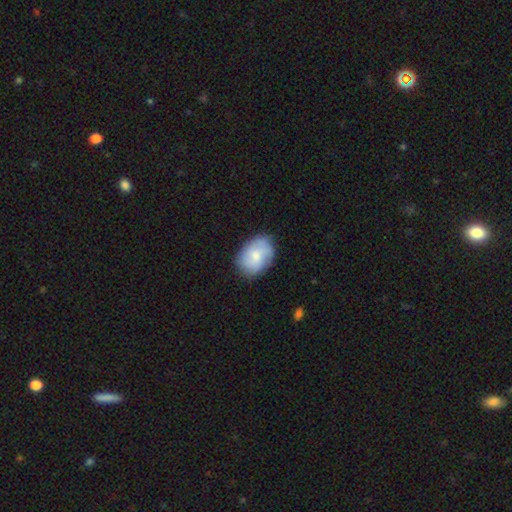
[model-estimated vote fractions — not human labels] smooth-or-featured: smooth: 62% | featured or disk: 31% | star or artifact: 6%
  how-rounded: in between: 76% | round: 23% | cigar-shaped: 1%
  merging: none: 73% | minor disturbance: 20% | major disturbance: 5% | merger: 1%